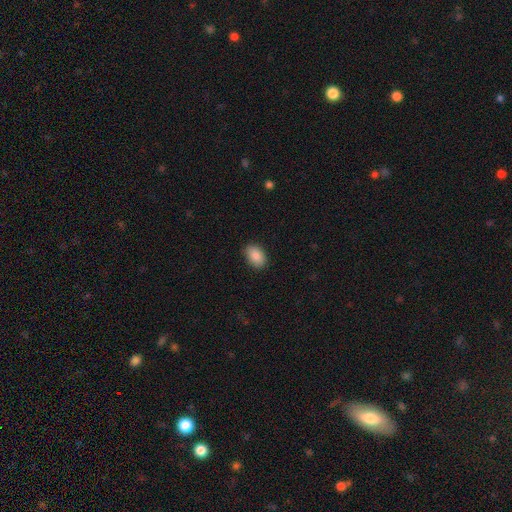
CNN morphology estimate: smooth 88%, star or artifact 7%, featured or disk 5%. Down the decision tree: how rounded — in between (85%); merging — none (87%).